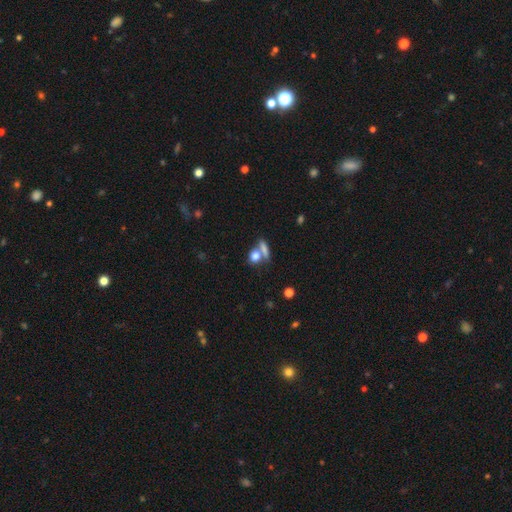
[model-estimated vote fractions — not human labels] A smooth galaxy with no disk features (78%) that is round (52%). Merging: none (50%).